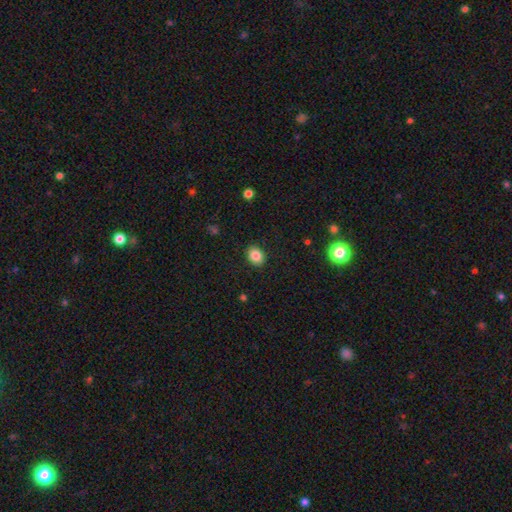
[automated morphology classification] This appears to be a smooth galaxy with no disk features (85%) that is in between round and cigar-shaped (55%). Merging: none (89%).